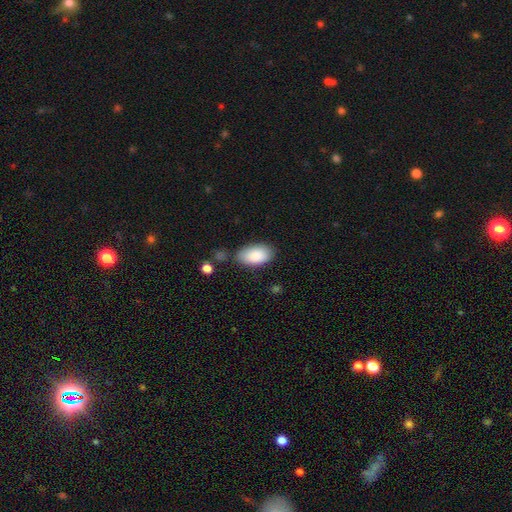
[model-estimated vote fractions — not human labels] Smooth or featured?
  - smooth: 88% *
  - featured or disk: 6%
  - star or artifact: 6%
How rounded?
  - in between: 95% *
  - round: 4%
  - cigar-shaped: 2%
Merging?
  - none: 78% *
  - minor disturbance: 15%
  - major disturbance: 4%
  - merger: 4%